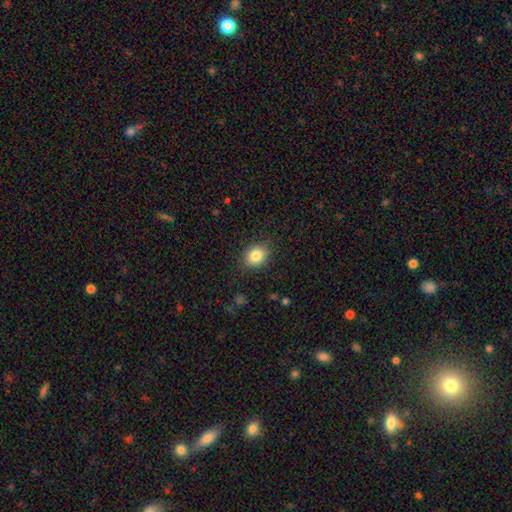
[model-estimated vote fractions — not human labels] A smooth galaxy with no disk features (84%) that is round (53%).

Vote fractions:
- Smooth or featured? smooth: 84% / star or artifact: 9% / featured or disk: 7%
- How rounded? round: 53% / in between: 46% / cigar-shaped: 1%
- Merging? none: 86% / minor disturbance: 10% / major disturbance: 3% / merger: 1%